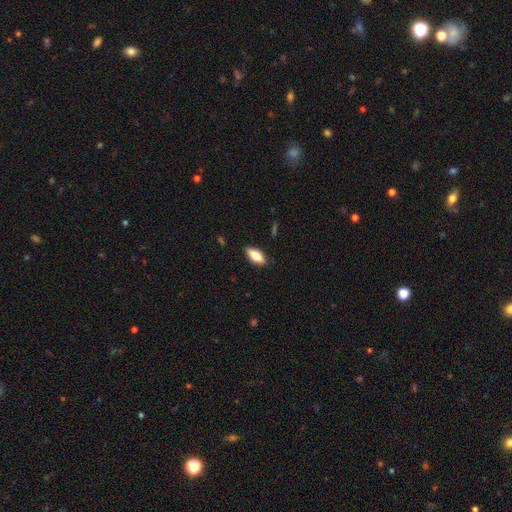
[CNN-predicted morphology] Smooth or featured: smooth — 78% (featured or disk — 15%)
How rounded: in between — 82% (cigar-shaped — 16%)
Merging: none — 83% (minor disturbance — 13%)